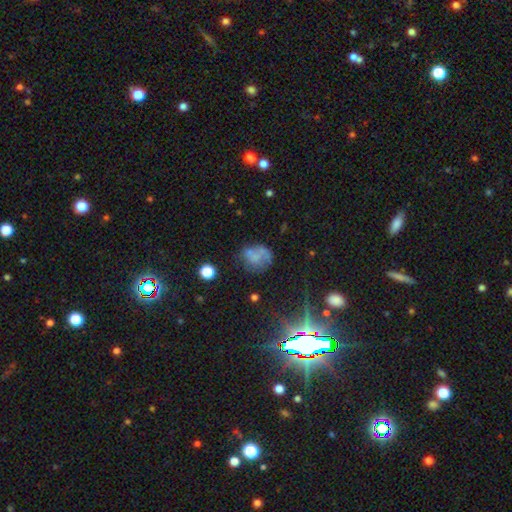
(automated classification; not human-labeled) Smooth or featured: smooth — 52% (featured or disk — 31%)
How rounded: round — 65% (in between — 34%)
Merging: none — 45% (minor disturbance — 23%)